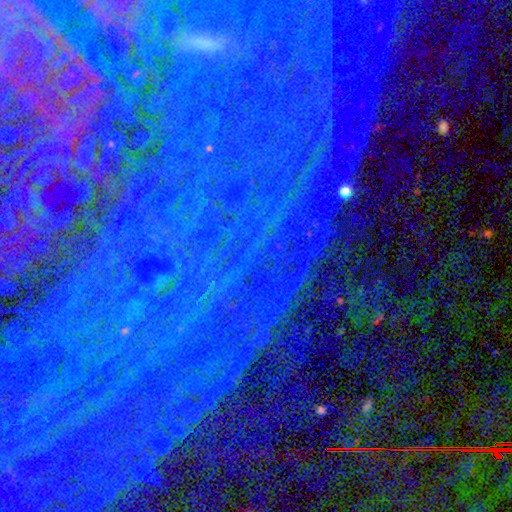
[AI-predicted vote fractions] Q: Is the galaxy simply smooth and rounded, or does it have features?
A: star or artifact — 85%.